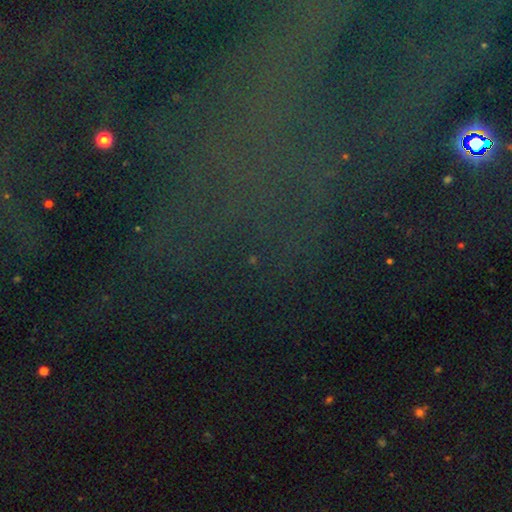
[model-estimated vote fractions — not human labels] This appears to be a star or artifact, not a galaxy (73%).